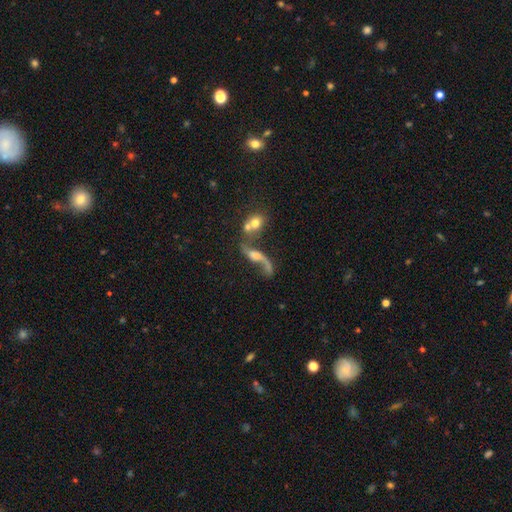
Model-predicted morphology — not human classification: This is likely a featured or disk galaxy (76%). It is clearly not viewed edge-on (86%). Bar: possibly no (58%). Spiral arm pattern: clearly yes (86%). Spiral arm count: likely 2 (80%). Spiral winding: clearly loose (90%). Central bulge: marginally moderate (44%). Merging: marginally merger (35%).